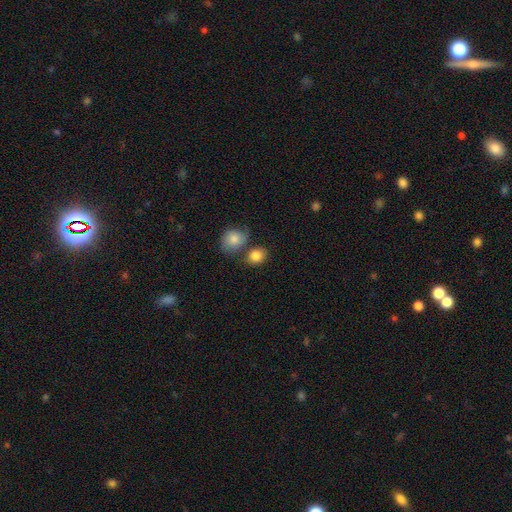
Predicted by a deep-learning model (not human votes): A smooth galaxy with no disk features (86%) that is round (64%).

Vote fractions:
- Smooth or featured? smooth: 86% / star or artifact: 8% / featured or disk: 7%
- How rounded? round: 64% / in between: 35% / cigar-shaped: 1%
- Merging? none: 58% / merger: 25% / minor disturbance: 12% / major disturbance: 4%